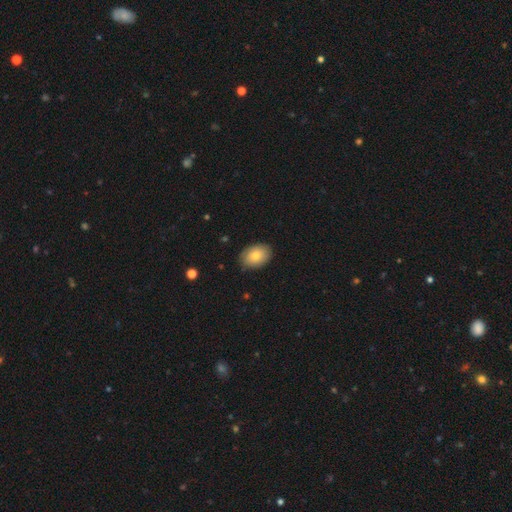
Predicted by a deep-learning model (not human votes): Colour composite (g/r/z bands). It shows a smooth galaxy with no disk features (79%) that is in between round and cigar-shaped (82%). Merging: none (83%).